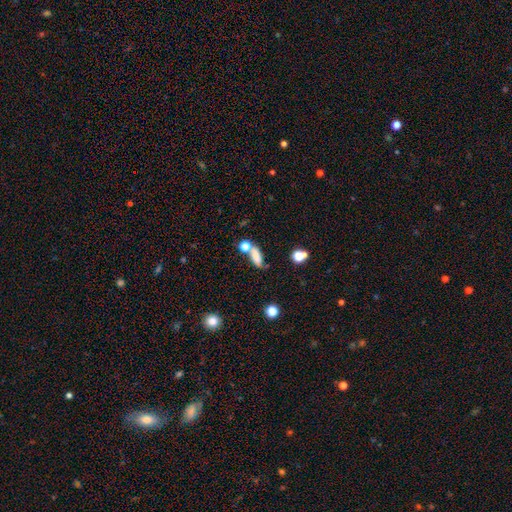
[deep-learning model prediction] Smooth or featured: smooth — 71% (featured or disk — 17%)
How rounded: in between — 64% (cigar-shaped — 27%)
Merging: none — 42% (merger — 33%)